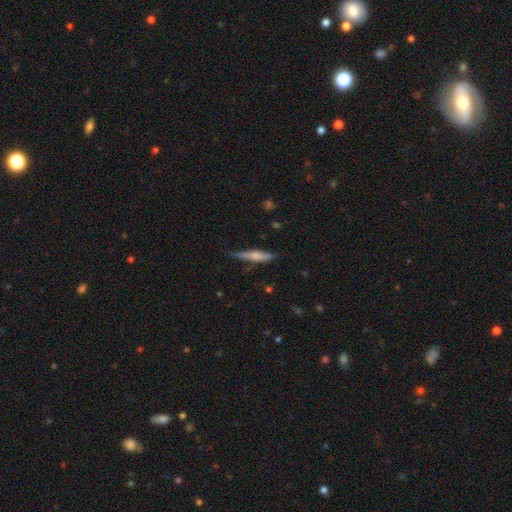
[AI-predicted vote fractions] Overall: smooth (62%; featured or disk 32%). How rounded: cigar-shaped (87%). Merging: none (70%).